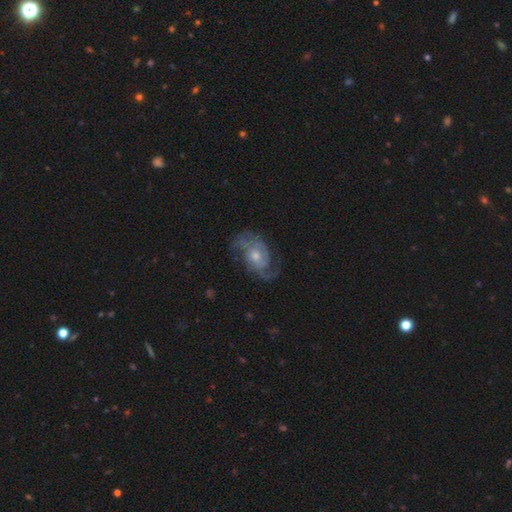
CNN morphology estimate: smooth-or-featured: featured or disk: 86% | smooth: 7% | star or artifact: 6%
  disk-edge-on: no: 97% | yes: 3%
    bar: no: 68% | weak: 27% | strong: 5%
    has-spiral-arms: yes: 96% | no: 4%
      spiral-winding: medium: 49% | tight: 30% | loose: 21%
      spiral-arm-count: 2: 54% | 3: 22% | can't tell: 11% | 4: 5% | 1: 4% | more than 4: 4%
    bulge-size: moderate: 60% | small: 31% | large: 5% | none: 2% | dominant: 1%
  merging: none: 71% | minor disturbance: 18% | major disturbance: 10% | merger: 1%